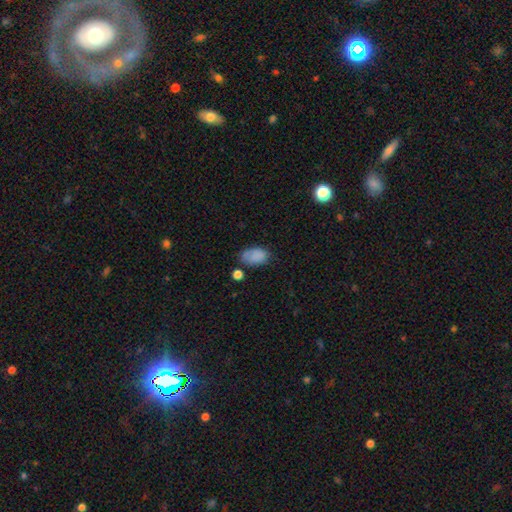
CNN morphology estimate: Q: Smooth or featured?
A: smooth (83%); runner-up: star or artifact (9%)
Q: How rounded?
A: in between (89%); runner-up: round (10%)
Q: Merging?
A: none (58%); runner-up: minor disturbance (26%)